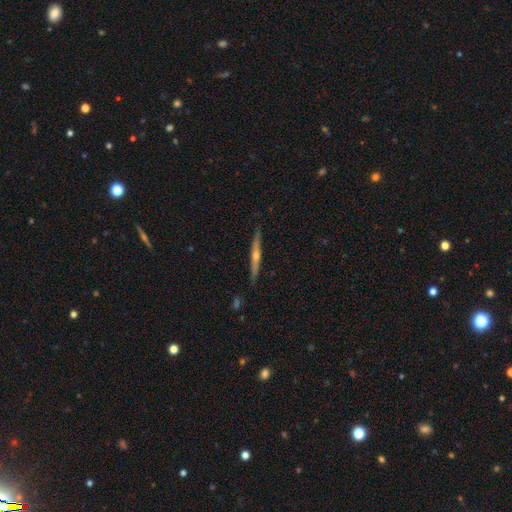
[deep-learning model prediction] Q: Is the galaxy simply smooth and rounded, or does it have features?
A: featured or disk — 73%.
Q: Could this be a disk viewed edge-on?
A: yes — 98%.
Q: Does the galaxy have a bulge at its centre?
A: rounded — 83%.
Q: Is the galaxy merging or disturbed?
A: none — 90%.